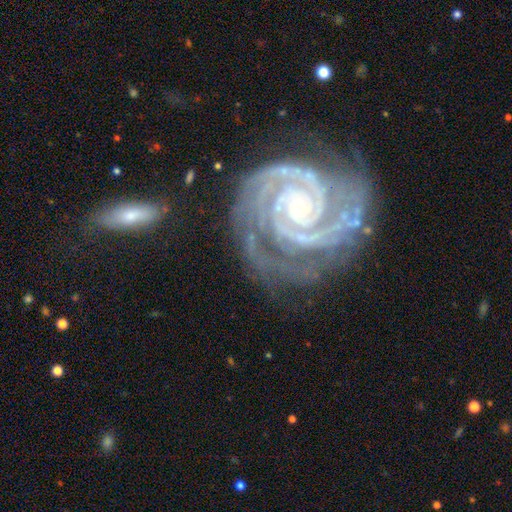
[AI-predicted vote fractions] Smooth or featured? featured or disk (93%)
Edge-on disk? no (98%)
Bar? no (71%)
Spiral arms? yes (99%)
Spiral winding? tight (83%)
Spiral arm count? 2 (59%)
Bulge size? small (85%)
Merging? none (66%)